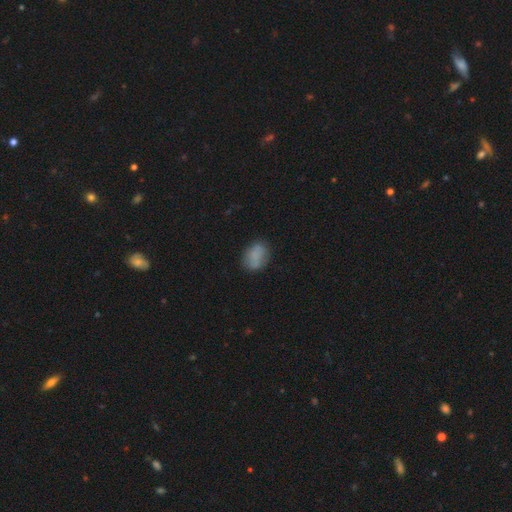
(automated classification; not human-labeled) Smooth or featured?
  - smooth: 79% *
  - featured or disk: 12%
  - star or artifact: 8%
How rounded?
  - in between: 75% *
  - round: 23%
  - cigar-shaped: 2%
Merging?
  - none: 74% *
  - minor disturbance: 18%
  - major disturbance: 5%
  - merger: 3%